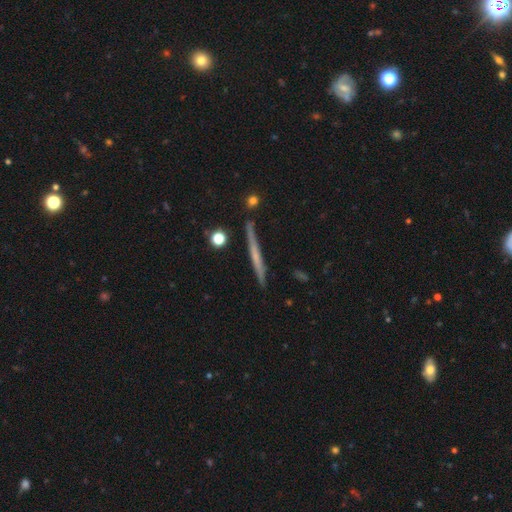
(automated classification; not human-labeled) smooth-or-featured: featured or disk: 53% | smooth: 40% | star or artifact: 7%
  disk-edge-on: yes: 96% | no: 4%
    edge-on-bulge: none: 79% | rounded: 15% | boxy: 5%
  merging: none: 87% | minor disturbance: 9% | merger: 2% | major disturbance: 2%